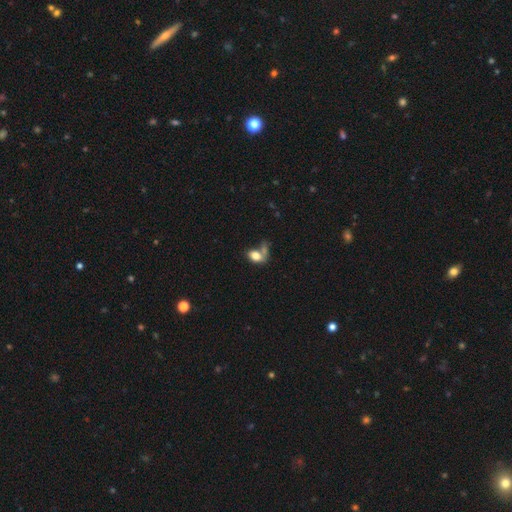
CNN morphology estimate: smooth-or-featured: smooth: 77% | featured or disk: 13% | star or artifact: 9%
  how-rounded: in between: 82% | round: 16% | cigar-shaped: 2%
  merging: merger: 40% | none: 31% | minor disturbance: 15% | major disturbance: 14%